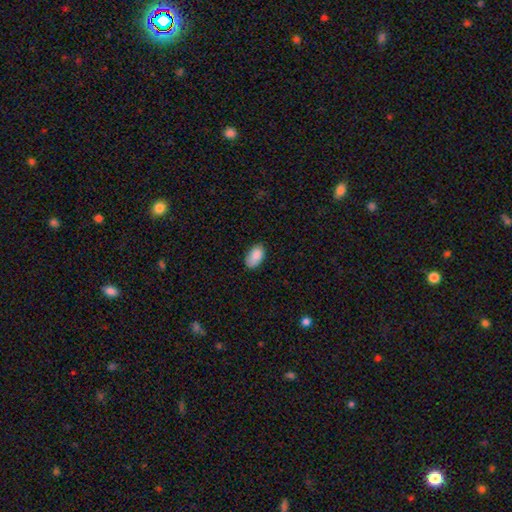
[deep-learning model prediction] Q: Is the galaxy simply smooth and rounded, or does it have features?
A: smooth — 89%.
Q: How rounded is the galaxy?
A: in between — 94%.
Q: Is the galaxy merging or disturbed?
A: none — 80%.